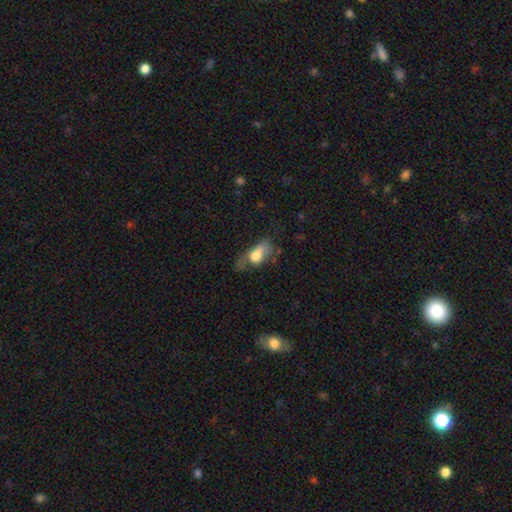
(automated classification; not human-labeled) This is likely a smooth galaxy (61%). How rounded: likely in between (76%). Merging: marginally major disturbance (37%).